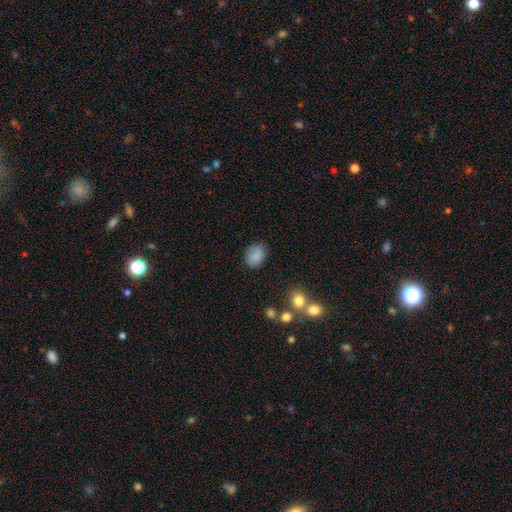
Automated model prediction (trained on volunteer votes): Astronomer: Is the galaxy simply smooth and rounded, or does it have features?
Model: smooth — 86%.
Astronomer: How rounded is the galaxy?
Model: in between — 57% (runner-up: round, 42%).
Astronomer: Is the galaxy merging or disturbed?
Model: none — 80%.